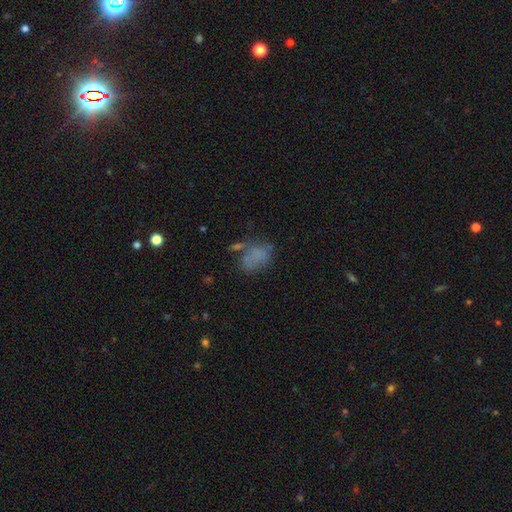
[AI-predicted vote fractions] smooth-or-featured: smooth: 66% | featured or disk: 19% | star or artifact: 15%
  how-rounded: in between: 79% | round: 19% | cigar-shaped: 2%
  merging: none: 42% | minor disturbance: 23% | major disturbance: 20% | merger: 14%